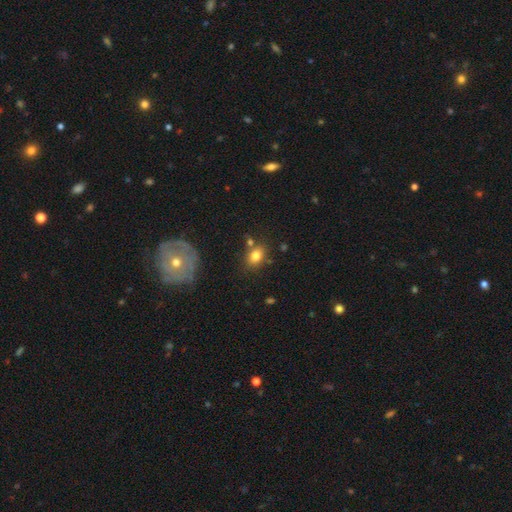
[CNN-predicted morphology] type=smooth (80%); roundness=in between (70%); merging=none (70%).